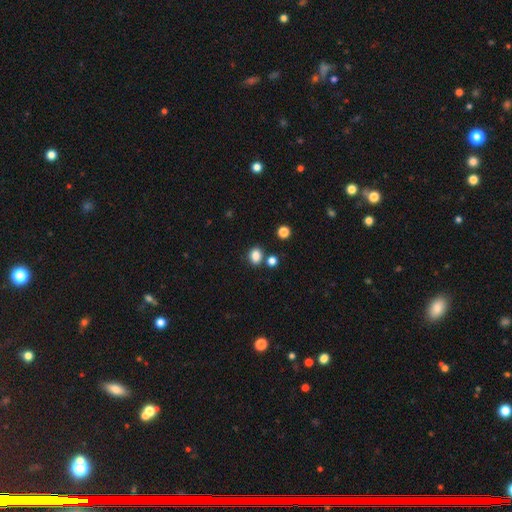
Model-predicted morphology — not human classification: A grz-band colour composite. It shows a smooth galaxy with no disk features (84%) that is in between round and cigar-shaped (57%). Merging: none (73%).